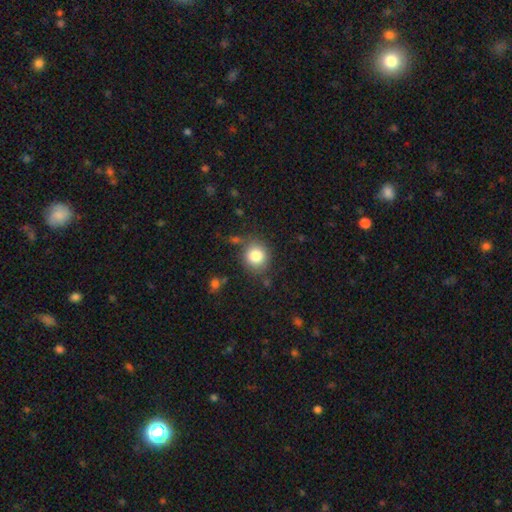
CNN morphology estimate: type=smooth (82%); roundness=round (84%); merging=none (81%).